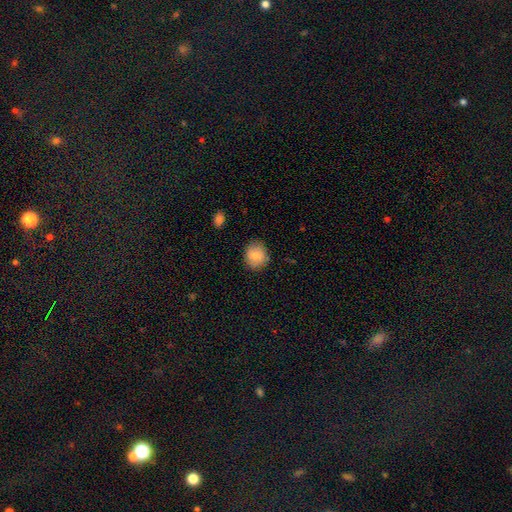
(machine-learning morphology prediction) Smooth or featured?
  - smooth: 82% *
  - featured or disk: 11%
  - star or artifact: 8%
How rounded?
  - round: 71% *
  - in between: 28%
  - cigar-shaped: 1%
Merging?
  - none: 83% *
  - minor disturbance: 13%
  - major disturbance: 3%
  - merger: 1%